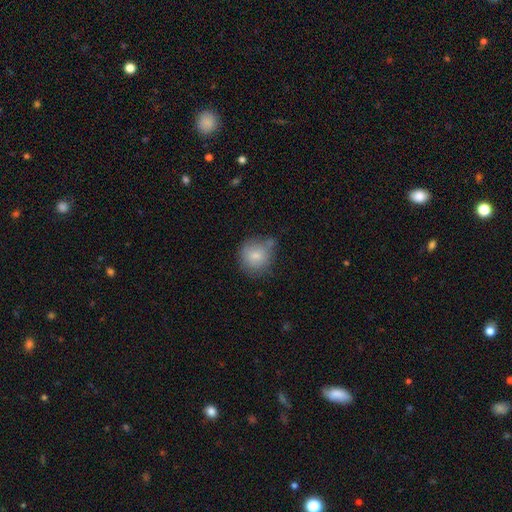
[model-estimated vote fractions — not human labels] Morphology: type=smooth (81%); roundness=round (86%); merging=none (58%).